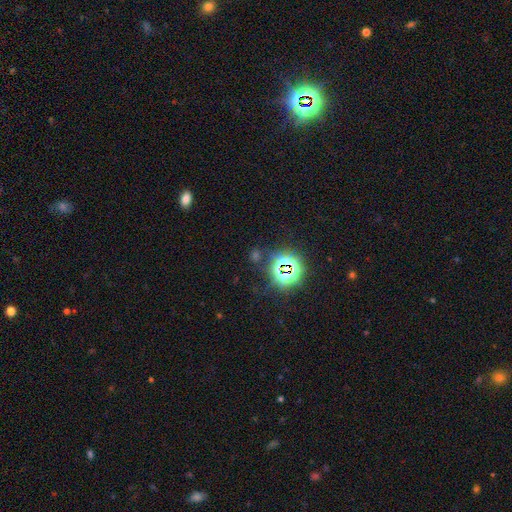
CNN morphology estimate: This is likely a star or artifact rather than a galaxy (72%).